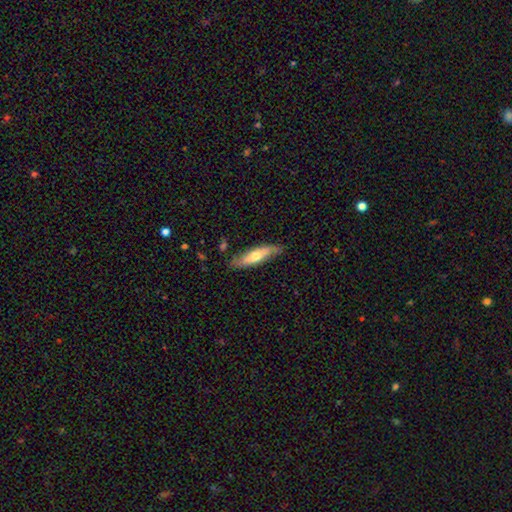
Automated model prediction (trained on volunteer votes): Overall: smooth (53%; featured or disk 41%). How rounded: cigar-shaped (64%; in between 34%). Merging: none (79%).